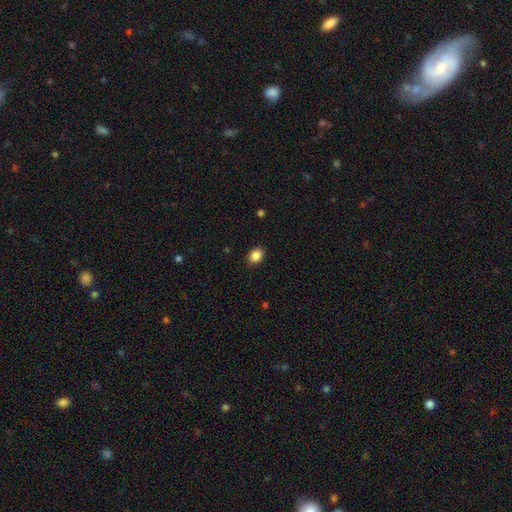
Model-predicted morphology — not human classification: smooth-or-featured: smooth: 87% | star or artifact: 9% | featured or disk: 4%
  how-rounded: in between: 67% | round: 32% | cigar-shaped: 1%
  merging: none: 88% | minor disturbance: 9% | major disturbance: 2% | merger: 1%